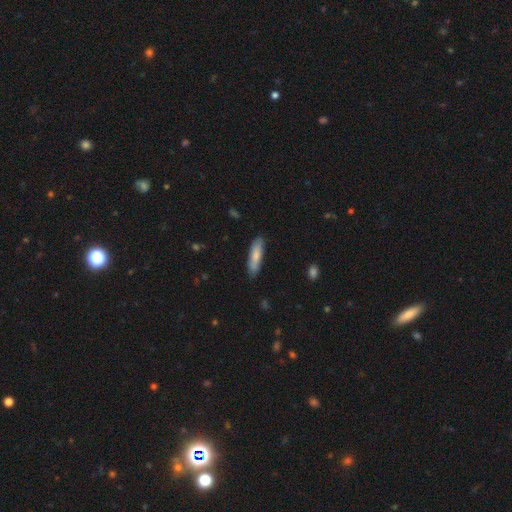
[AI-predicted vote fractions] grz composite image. It shows a smooth galaxy with no disk features (78%) that is cigar-shaped (65%). Merging: none (82%).